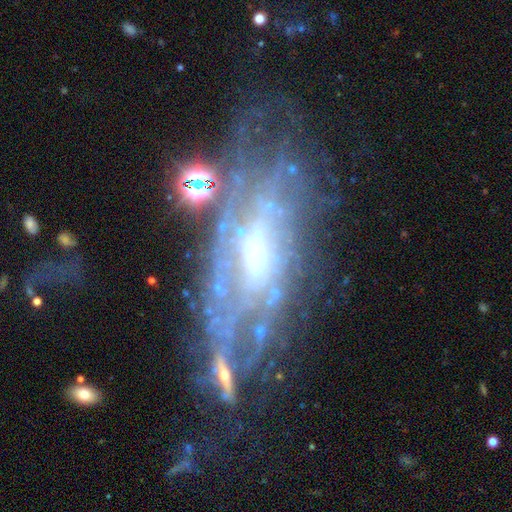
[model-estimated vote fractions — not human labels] Overall: featured or disk (76%). Edge-on disk: no (85%). Bar: no (52%; weak 33%). Spiral arms: yes (60%; no 40%). Bulge size: moderate (44%; small 39%). Merging: none (41%; major disturbance 28%).